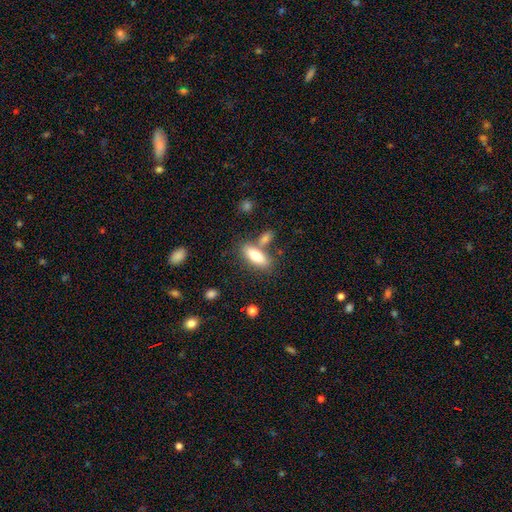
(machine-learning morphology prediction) A smooth galaxy with no disk features (74%) that is in between round and cigar-shaped (68%). Merging: none (62%).